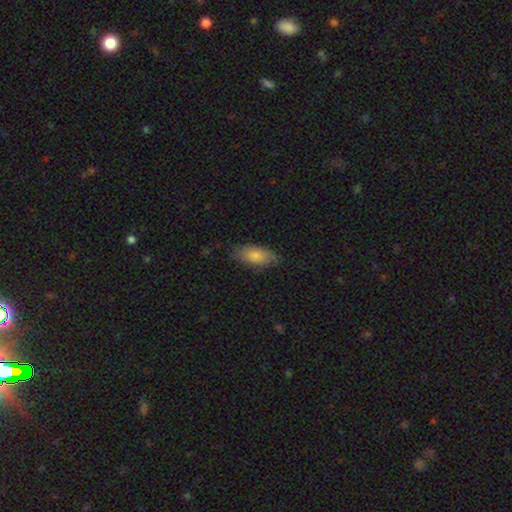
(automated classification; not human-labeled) The model was most divided on "merging": none: 76%, minor disturbance: 19%, major disturbance: 4%, merger: 1%. More confident: how rounded — in between (89%); smooth or featured — smooth (82%).